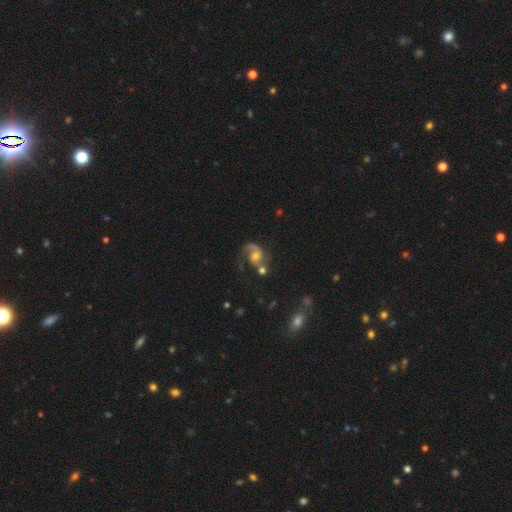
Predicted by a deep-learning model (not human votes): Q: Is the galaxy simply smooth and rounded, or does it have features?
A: featured or disk — 77%.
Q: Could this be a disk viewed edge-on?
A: no — 98%.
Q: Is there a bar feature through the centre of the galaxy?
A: no — 65%.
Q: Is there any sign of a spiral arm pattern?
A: yes — 94%.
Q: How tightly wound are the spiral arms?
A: medium — 45%.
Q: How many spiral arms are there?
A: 2 — 52%.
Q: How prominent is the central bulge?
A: moderate — 52%.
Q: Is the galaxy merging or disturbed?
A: none — 45%.